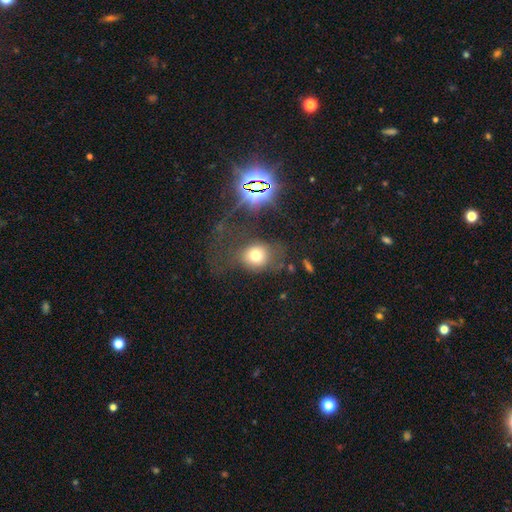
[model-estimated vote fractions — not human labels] The model was most divided on "merging": none: 48%, major disturbance: 29%, minor disturbance: 18%, merger: 5%. More confident: how rounded — round (67%); smooth or featured — smooth (67%).